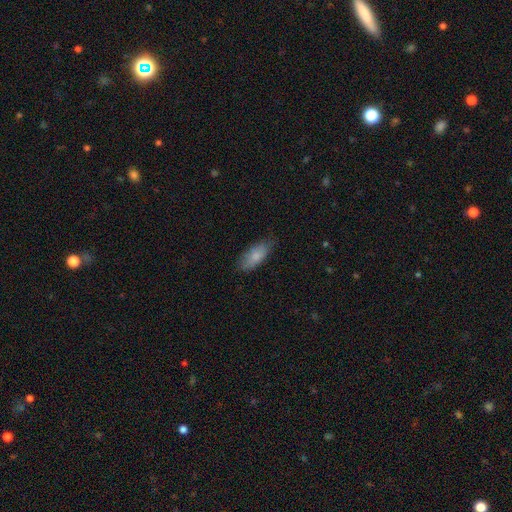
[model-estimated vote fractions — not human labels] This is clearly a smooth galaxy (81%). How rounded: likely in between (78%). Merging: likely none (73%).